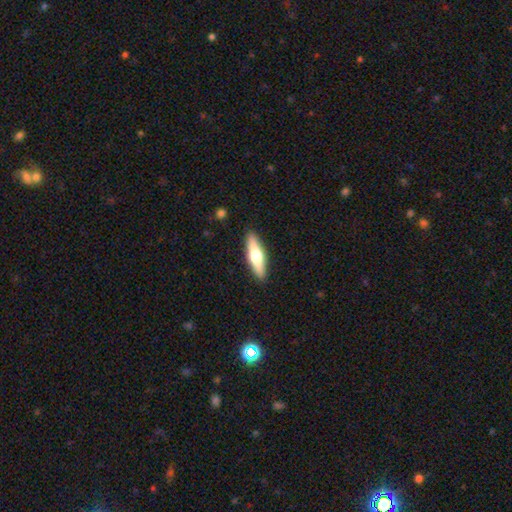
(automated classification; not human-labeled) Smooth or featured? featured or disk (48%)
Merging? none (90%)